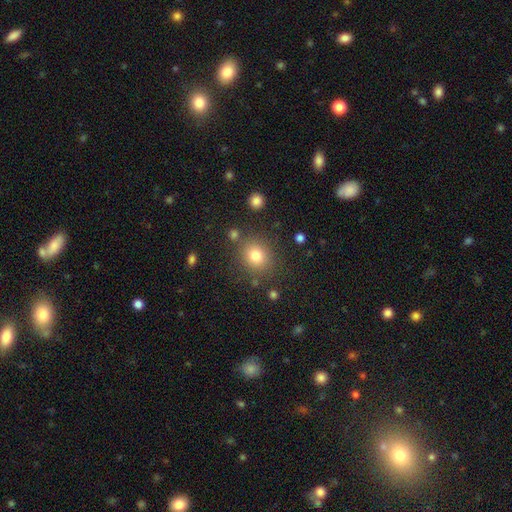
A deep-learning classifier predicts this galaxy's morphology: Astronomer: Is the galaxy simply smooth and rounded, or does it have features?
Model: smooth — 80%.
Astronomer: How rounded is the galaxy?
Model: round — 76%.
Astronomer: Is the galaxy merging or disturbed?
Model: none — 80%.